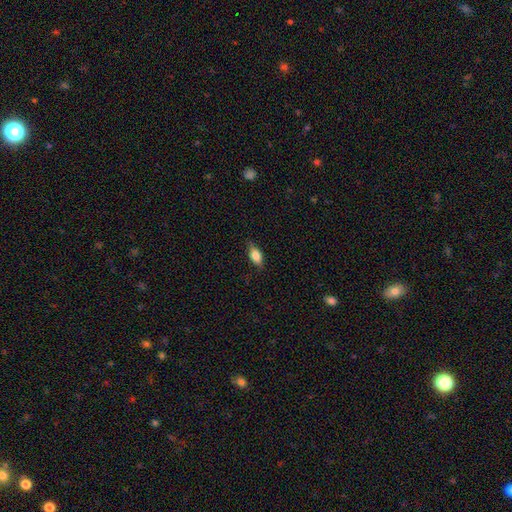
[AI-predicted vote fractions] This appears to be a smooth galaxy with no disk features (78%) that is in between round and cigar-shaped (84%). Merging: none (78%).